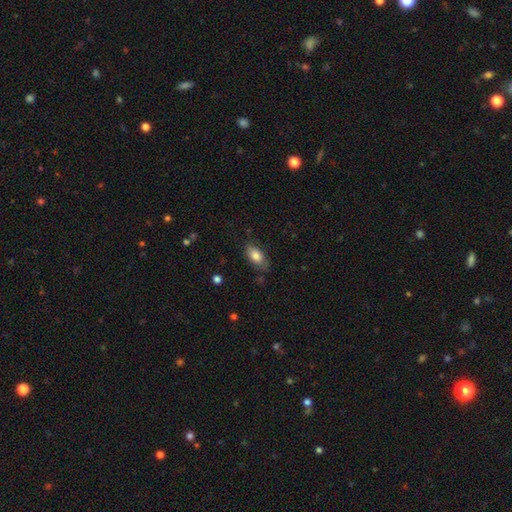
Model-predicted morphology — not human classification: Smooth or featured?
  - smooth: 80% *
  - featured or disk: 13%
  - star or artifact: 7%
How rounded?
  - in between: 90% *
  - round: 5%
  - cigar-shaped: 5%
Merging?
  - none: 71% *
  - minor disturbance: 22%
  - major disturbance: 5%
  - merger: 2%